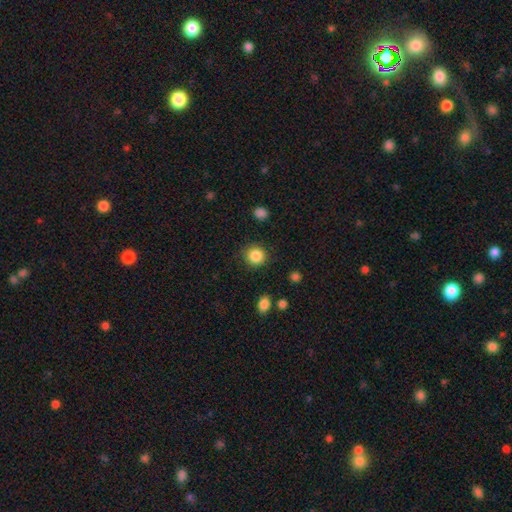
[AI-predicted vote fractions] A smooth galaxy with no disk features (86%) that is round (92%). Merging: none (89%).